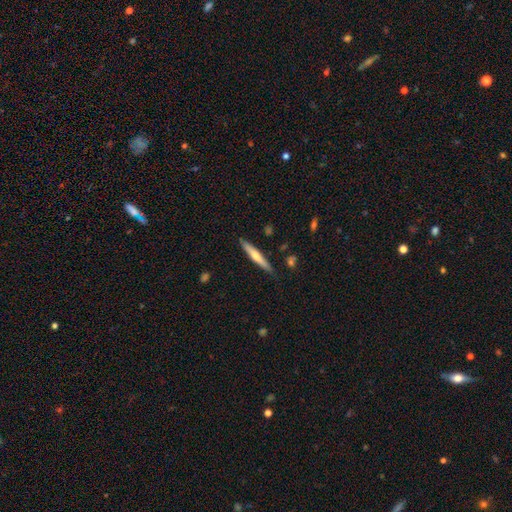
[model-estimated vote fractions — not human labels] This is possibly a smooth galaxy (49%). Merging: clearly none (86%).